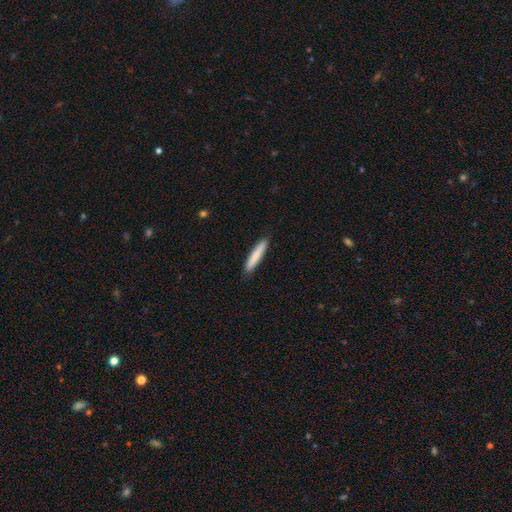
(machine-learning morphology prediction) smooth 78%, featured or disk 17%, star or artifact 5%. Down the decision tree: how rounded — cigar-shaped (91%); merging — none (89%).